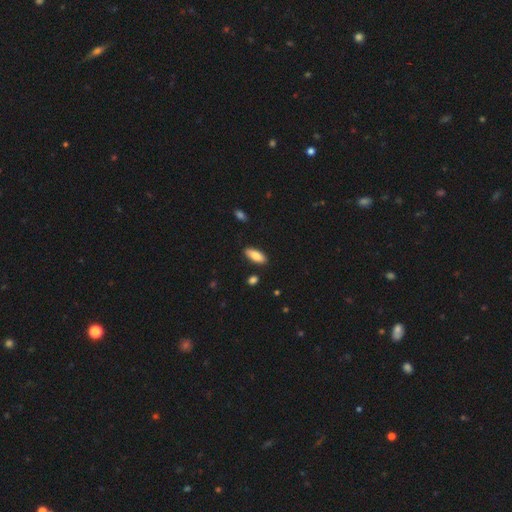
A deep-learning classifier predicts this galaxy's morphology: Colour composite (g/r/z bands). It shows a smooth galaxy with no disk features (85%) that is in between round and cigar-shaped (78%). Merging: none (85%).